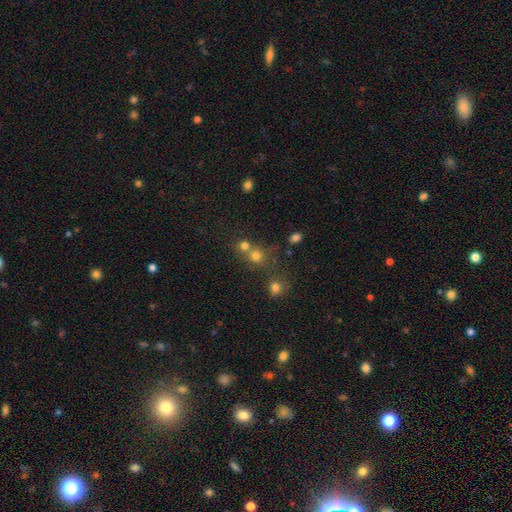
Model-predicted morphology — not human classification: Smooth or featured? smooth (67%)
How rounded? round (85%)
Merging? none (49%)